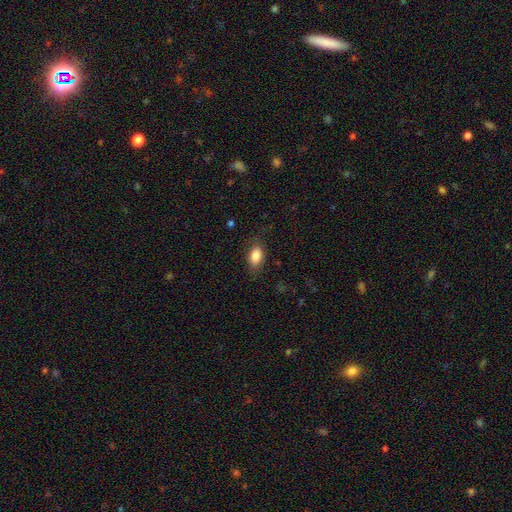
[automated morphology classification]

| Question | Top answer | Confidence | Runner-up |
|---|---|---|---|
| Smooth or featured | smooth | 85% | star or artifact (8%) |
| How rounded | in between | 89% | round (8%) |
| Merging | none | 78% | minor disturbance (16%) |